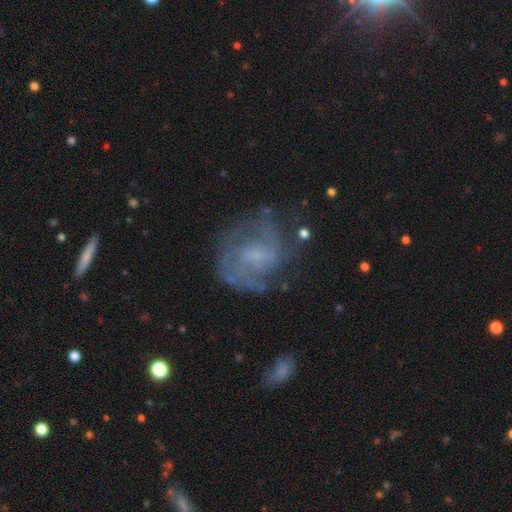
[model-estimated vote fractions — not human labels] Smooth or featured? featured or disk (79%)
Edge-on disk? no (98%)
Bar? no (53%)
Spiral arms? yes (89%)
Spiral winding? medium (45%)
Spiral arm count? 2 (46%)
Bulge size? small (55%)
Merging? none (66%)